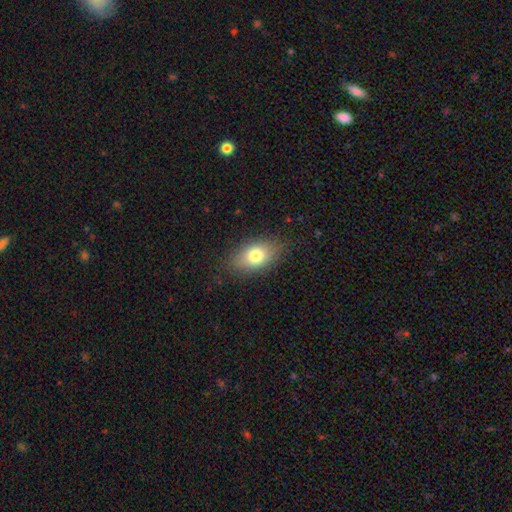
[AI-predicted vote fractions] The model was most divided on "smooth or featured": smooth: 77%, featured or disk: 14%, star or artifact: 9%. More confident: how rounded — in between (86%); merging — none (83%).